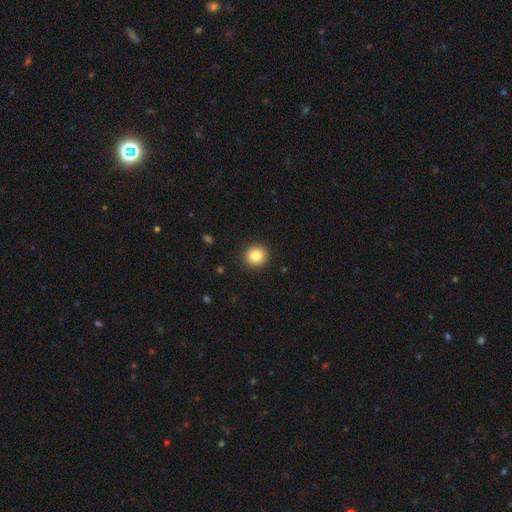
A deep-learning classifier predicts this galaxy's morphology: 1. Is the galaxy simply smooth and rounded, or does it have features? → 84% smooth, 10% star or artifact, 6% featured or disk.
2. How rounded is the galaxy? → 91% round, 8% in between, 1% cigar-shaped.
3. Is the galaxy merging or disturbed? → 92% none, 5% minor disturbance, 2% major disturbance, 1% merger.